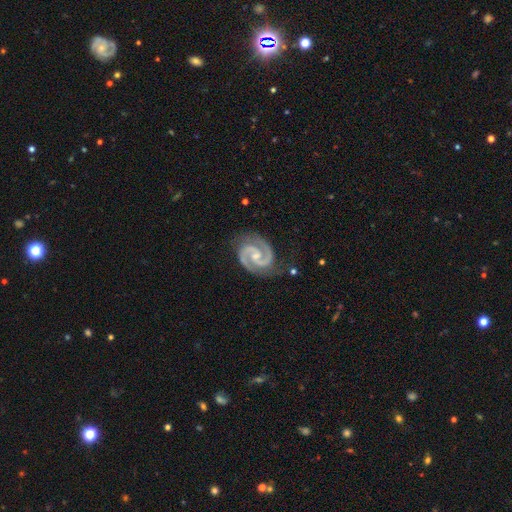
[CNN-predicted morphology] Overall: featured or disk (94%). Edge-on disk: no (99%). Bar: no (50%; weak 38%). Spiral arms: yes (99%). Spiral arm count: 2 (94%). Spiral winding: medium (51%; tight 44%). Bulge size: small (58%; moderate 33%). Merging: none (81%).